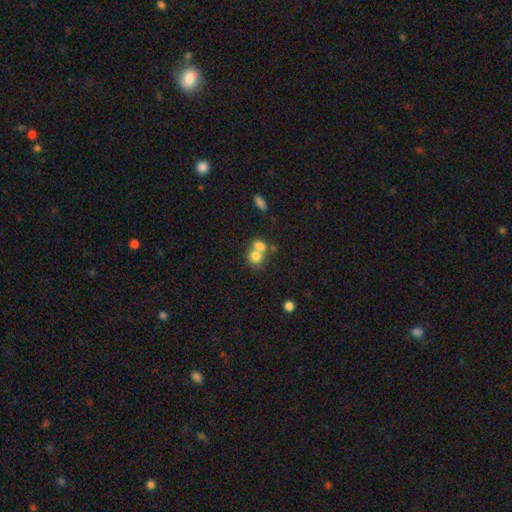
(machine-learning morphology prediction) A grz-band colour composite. It shows a smooth galaxy with no disk features (76%) that is round (71%). Merging: merger (61%).